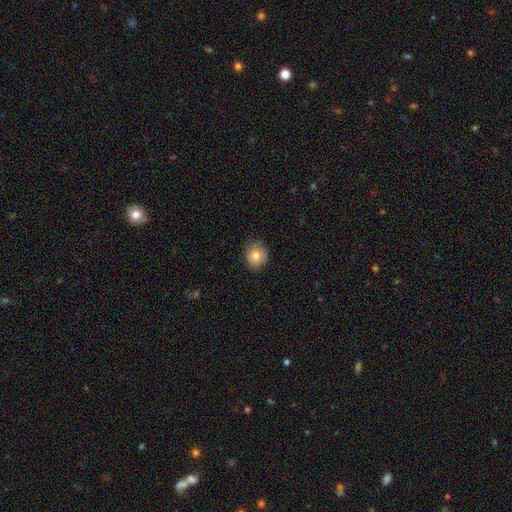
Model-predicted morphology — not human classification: Q: Smooth or featured?
A: smooth (80%); runner-up: featured or disk (11%)
Q: How rounded?
A: round (75%); runner-up: in between (24%)
Q: Merging?
A: none (83%); runner-up: minor disturbance (13%)